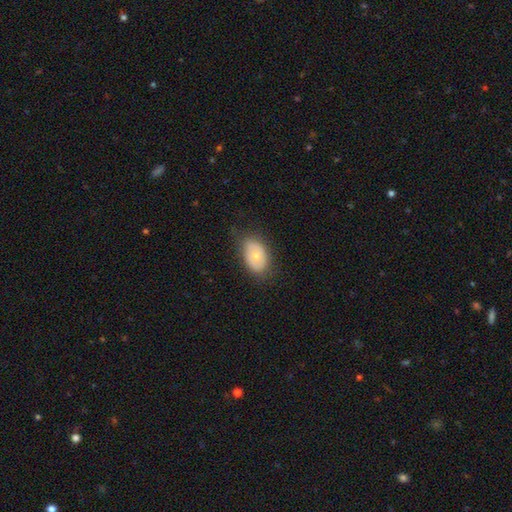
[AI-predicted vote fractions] smooth_or_featured: smooth (p=0.63) [alt: featured or disk p=0.30]
how_rounded: in between (p=0.84) [alt: round p=0.15]
merging: none (p=0.72) [alt: minor disturbance p=0.21]